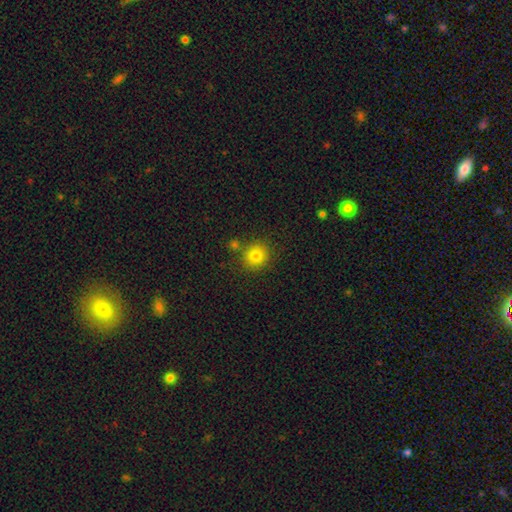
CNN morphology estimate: smooth 80%, star or artifact 13%, featured or disk 7%. Down the decision tree: how rounded — round (88%); merging — none (80%).